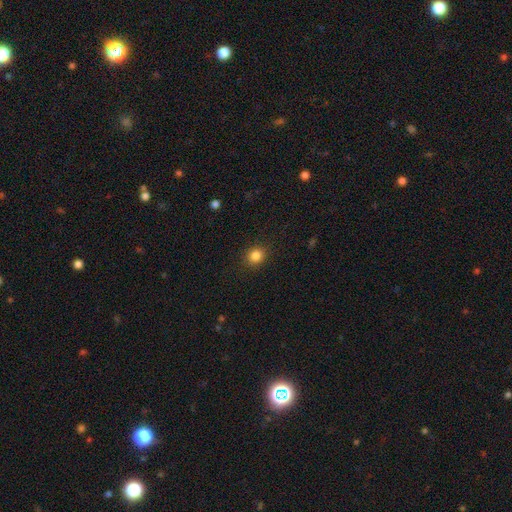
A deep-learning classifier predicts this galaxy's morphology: A smooth galaxy with no disk features (85%) that is round (77%).

Vote fractions:
- Smooth or featured? smooth: 85% / star or artifact: 11% / featured or disk: 4%
- How rounded? round: 77% / in between: 22% / cigar-shaped: 1%
- Merging? none: 89% / minor disturbance: 7% / major disturbance: 2% / merger: 1%